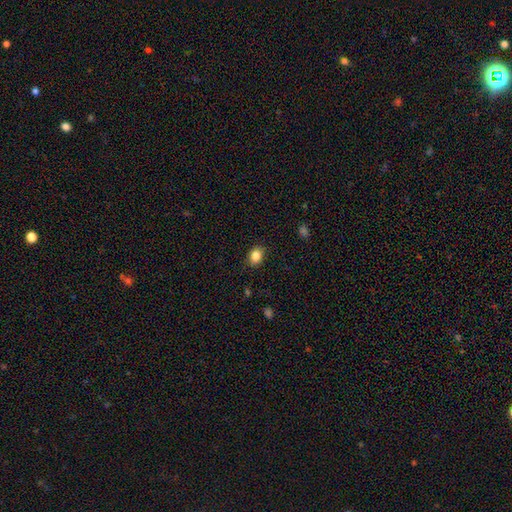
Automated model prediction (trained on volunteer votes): Q: Smooth or featured?
A: smooth (85%); runner-up: star or artifact (10%)
Q: How rounded?
A: in between (58%); runner-up: round (41%)
Q: Merging?
A: none (86%); runner-up: minor disturbance (11%)